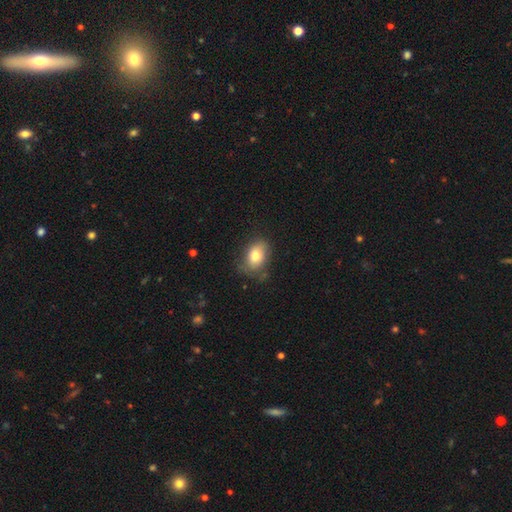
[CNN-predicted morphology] Smooth or featured? smooth (76%)
How rounded? in between (75%)
Merging? none (67%)